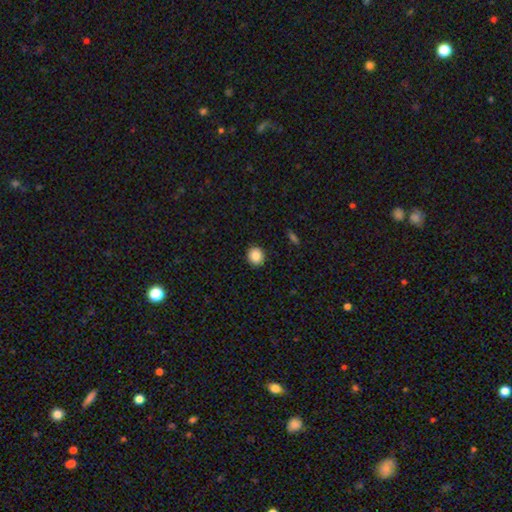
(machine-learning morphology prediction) smooth-or-featured: smooth: 87% | star or artifact: 9% | featured or disk: 4%
  how-rounded: round: 86% | in between: 13% | cigar-shaped: 1%
  merging: none: 91% | minor disturbance: 6% | major disturbance: 2% | merger: 1%